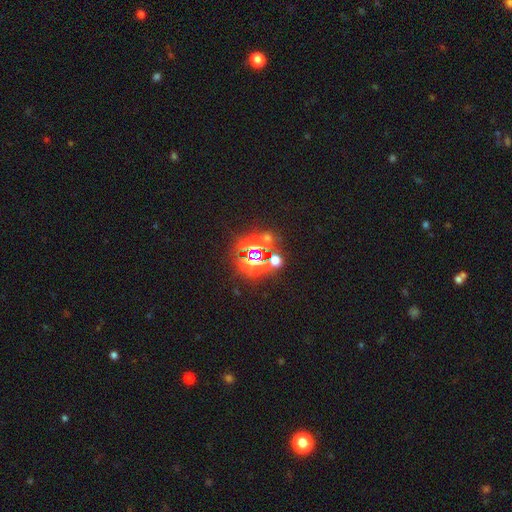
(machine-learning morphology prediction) star or artifact 78%, smooth 14%, featured or disk 9%.